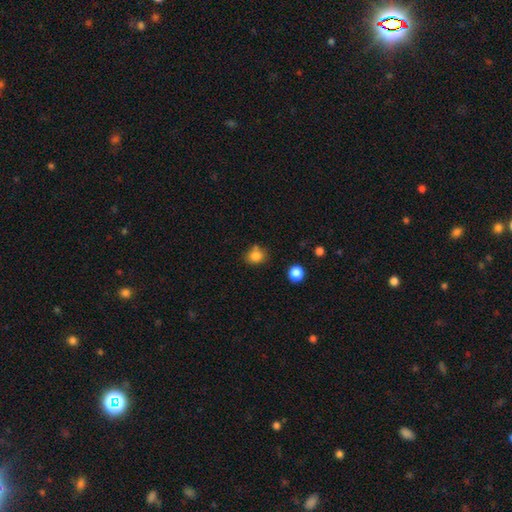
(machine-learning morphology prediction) The model was most divided on "how rounded": round: 69%, in between: 30%, cigar-shaped: 1%. More confident: smooth or featured — smooth (83%); merging — none (68%).